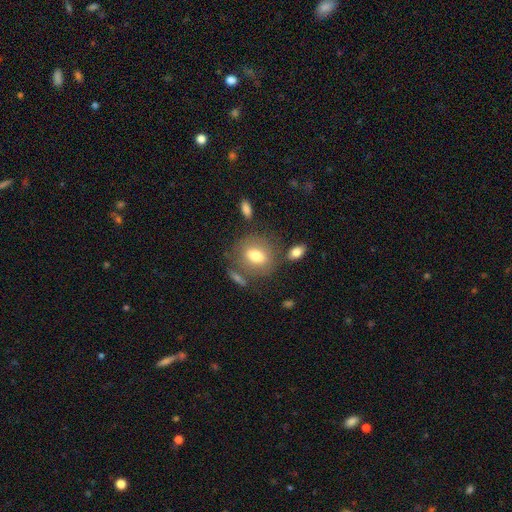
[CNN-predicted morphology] Overall: smooth (70%). How rounded: in between (56%; round 41%). Merging: none (66%).